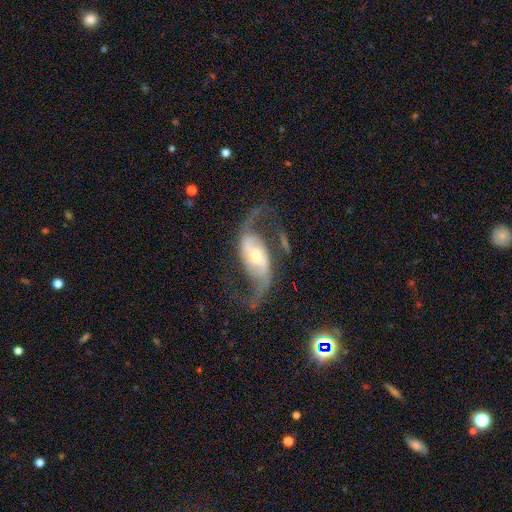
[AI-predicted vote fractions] Smooth or featured? featured or disk (89%)
Edge-on disk? no (96%)
Bar? no (39%)
Spiral arms? yes (96%)
Spiral winding? loose (65%)
Spiral arm count? 2 (93%)
Bulge size? moderate (52%)
Merging? none (67%)